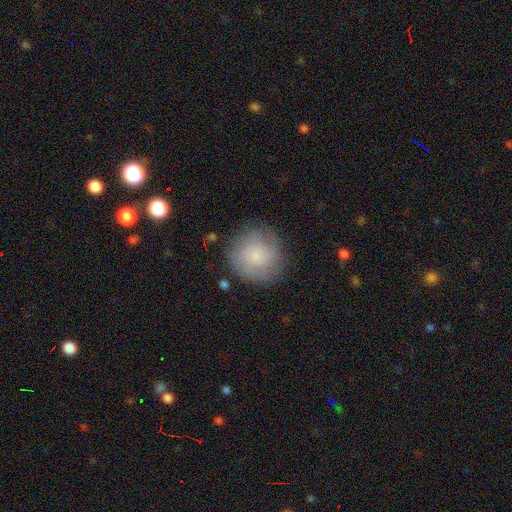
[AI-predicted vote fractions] A smooth galaxy with no disk features (59%) that is round (91%).

Vote fractions:
- Smooth or featured? smooth: 59% / featured or disk: 33% / star or artifact: 8%
- How rounded? round: 91% / in between: 8% / cigar-shaped: 1%
- Merging? none: 79% / minor disturbance: 14% / major disturbance: 5% / merger: 2%